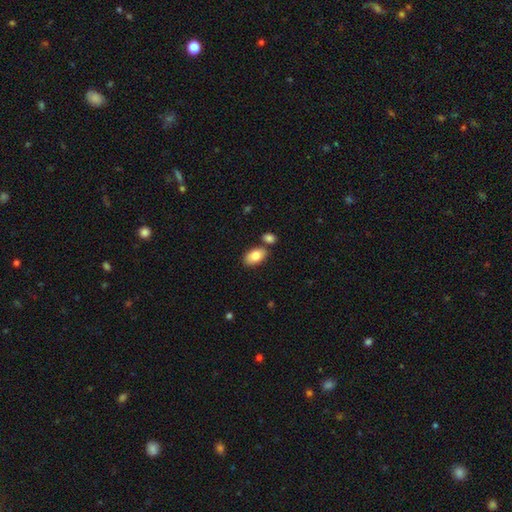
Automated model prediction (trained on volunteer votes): smooth-or-featured: smooth: 83% | featured or disk: 11% | star or artifact: 7%
  how-rounded: in between: 93% | round: 5% | cigar-shaped: 2%
  merging: none: 71% | merger: 15% | minor disturbance: 11% | major disturbance: 3%